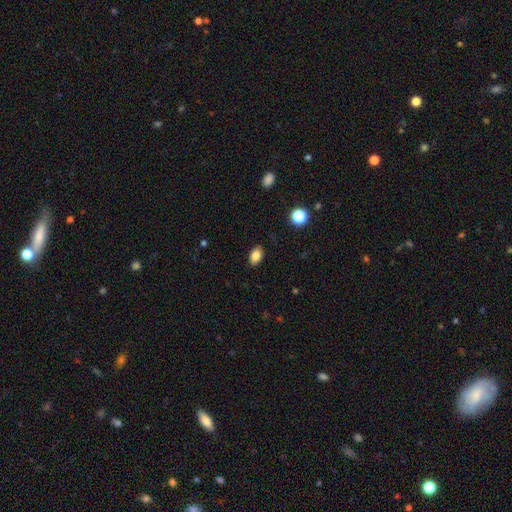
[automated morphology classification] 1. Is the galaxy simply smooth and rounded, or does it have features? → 83% smooth, 9% star or artifact, 7% featured or disk.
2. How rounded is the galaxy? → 88% in between, 10% round, 2% cigar-shaped.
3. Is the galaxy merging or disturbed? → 88% none, 9% minor disturbance, 2% major disturbance, 1% merger.